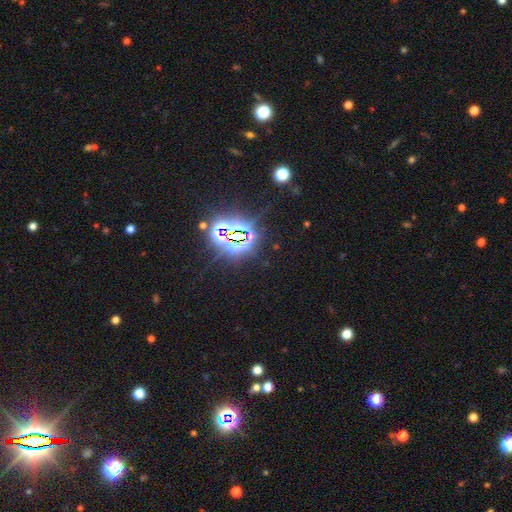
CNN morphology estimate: Overall: star or artifact (83%).